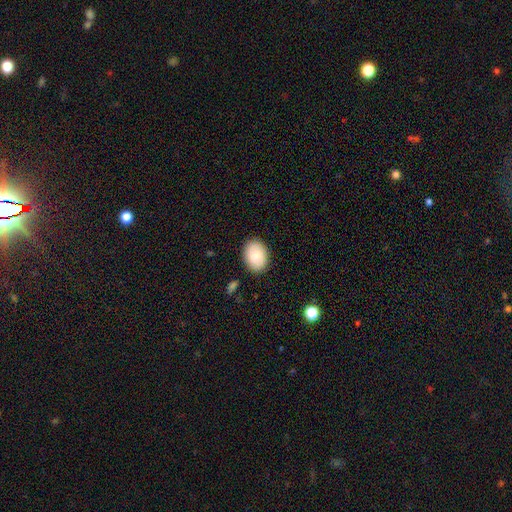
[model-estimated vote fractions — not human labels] A smooth galaxy with no disk features (76%) that is in between round and cigar-shaped (74%). Merging: none (87%).